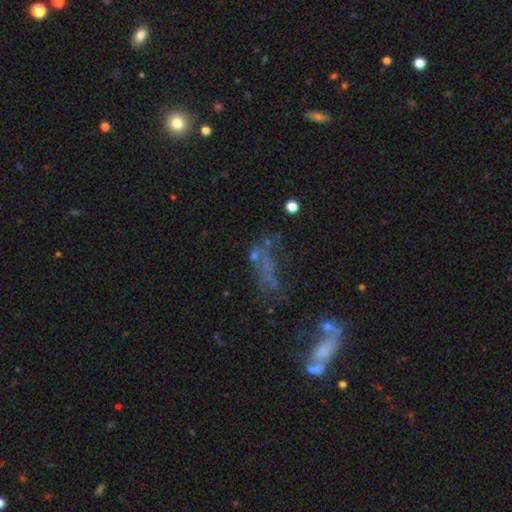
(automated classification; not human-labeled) Smooth or featured: featured or disk — 40% (smooth — 35%)
Merging: none — 34% (major disturbance — 32%)